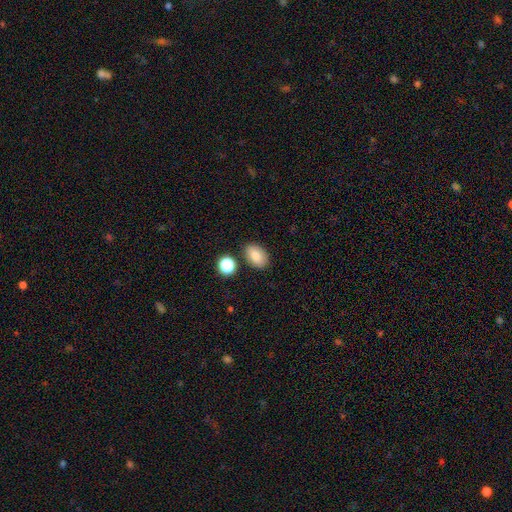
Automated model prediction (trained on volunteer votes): Smooth or featured? smooth (82%)
How rounded? in between (85%)
Merging? none (82%)